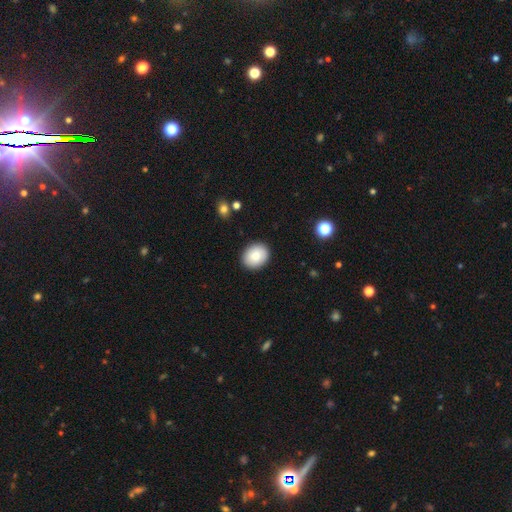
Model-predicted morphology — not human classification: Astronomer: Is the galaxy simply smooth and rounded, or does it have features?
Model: smooth — 85%.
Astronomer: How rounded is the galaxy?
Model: round — 51% (runner-up: in between, 48%).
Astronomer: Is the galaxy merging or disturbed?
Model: none — 89%.